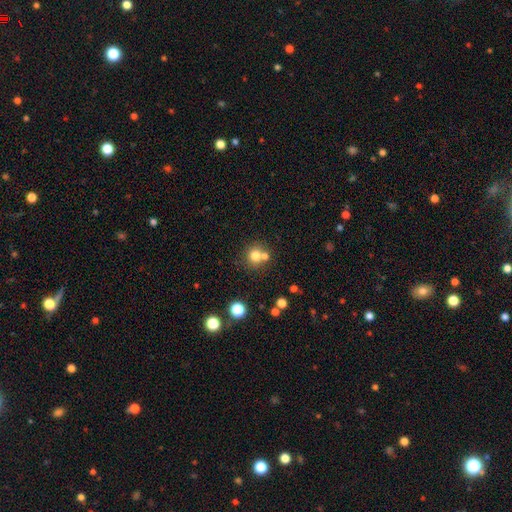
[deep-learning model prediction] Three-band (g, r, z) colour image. It shows a smooth galaxy with no disk features (76%) that is round (90%). Merging: none (60%).